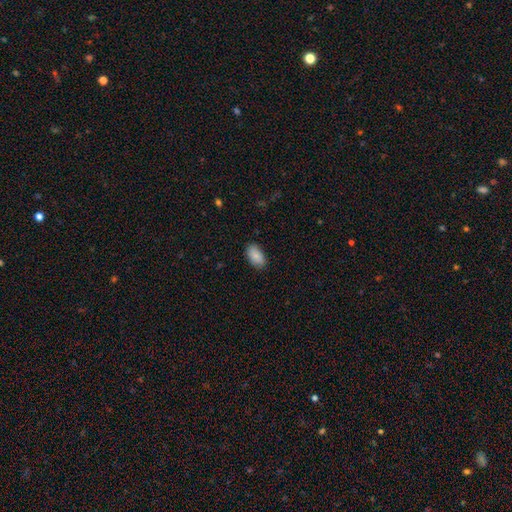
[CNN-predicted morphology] Smooth or featured: smooth — 85% (featured or disk — 8%)
How rounded: in between — 94% (round — 4%)
Merging: none — 84% (minor disturbance — 12%)